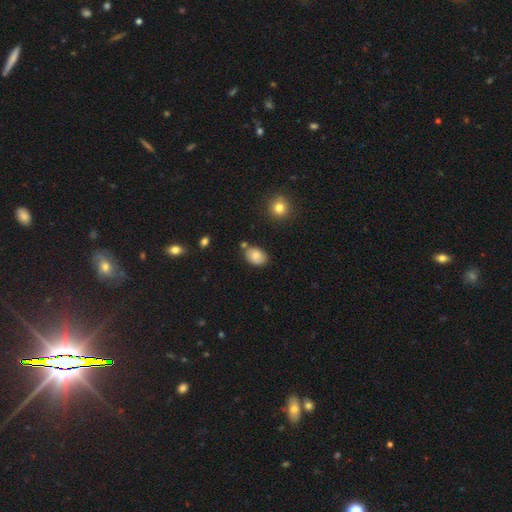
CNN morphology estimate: Smooth or featured?
  - smooth: 74% *
  - featured or disk: 17%
  - star or artifact: 9%
How rounded?
  - in between: 76% *
  - round: 23%
  - cigar-shaped: 1%
Merging?
  - none: 72% *
  - minor disturbance: 17%
  - merger: 7%
  - major disturbance: 4%